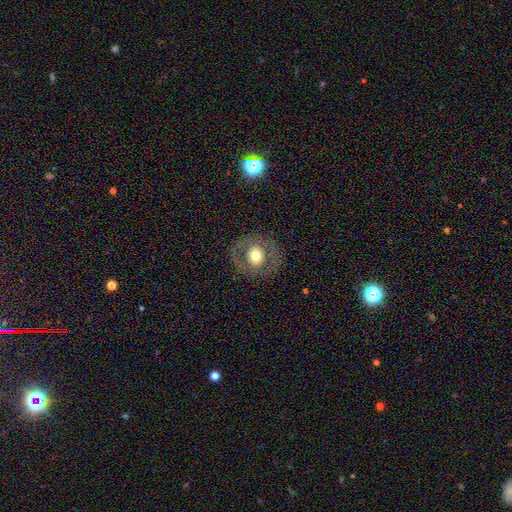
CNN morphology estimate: type=smooth (50%); roundness=round (84%); merging=none (83%).